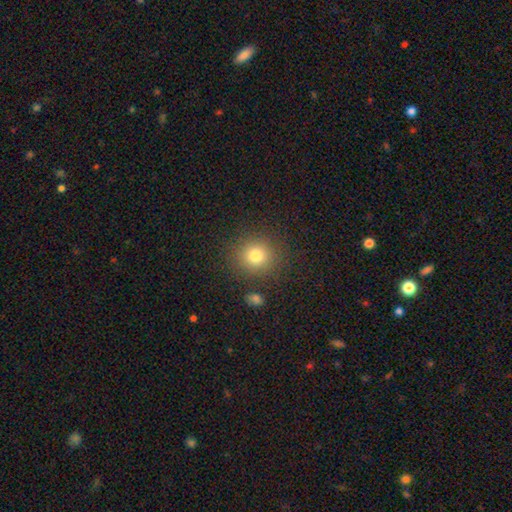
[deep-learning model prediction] smooth_or_featured: smooth (p=0.79) [alt: star or artifact p=0.13]
how_rounded: round (p=0.89) [alt: in between p=0.10]
merging: none (p=0.86) [alt: minor disturbance p=0.08]